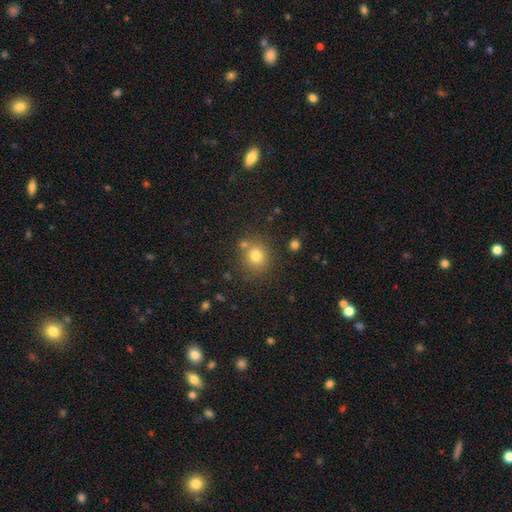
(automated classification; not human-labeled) smooth_or_featured: smooth (p=0.77) [alt: star or artifact p=0.15]
how_rounded: round (p=0.84) [alt: in between p=0.15]
merging: none (p=0.74) [alt: merger p=0.12]